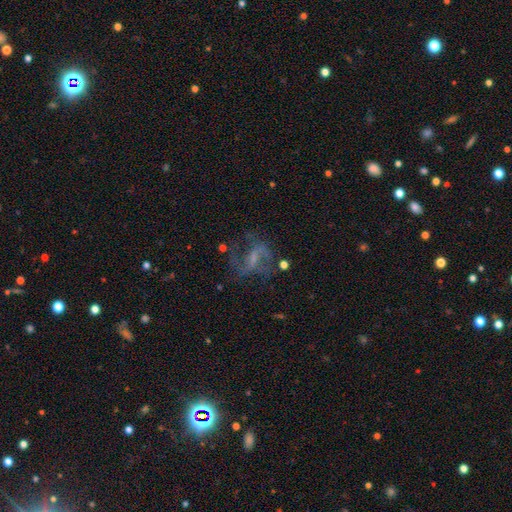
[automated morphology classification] Smooth or featured? Predicted: featured or disk (p=0.71). Edge-on disk? Predicted: no (p=0.96). Bar? Predicted: weak (p=0.45). Spiral arms? Predicted: yes (p=0.83). Spiral winding? Predicted: loose (p=0.54). Spiral arm count? Predicted: 2 (p=0.76). Bulge size? Predicted: none (p=0.40). Merging? Predicted: none (p=0.54).